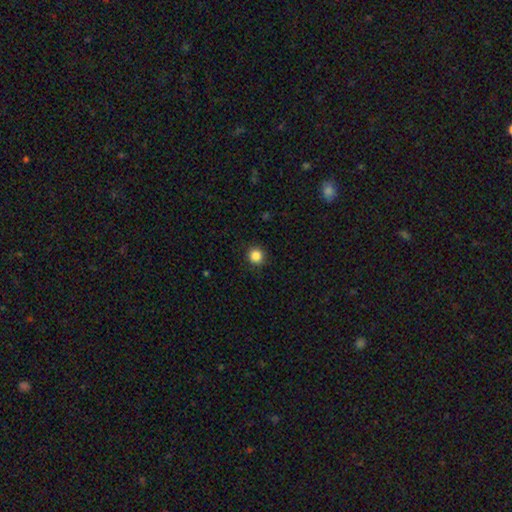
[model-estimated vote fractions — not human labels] This is clearly a smooth galaxy (86%). How rounded: clearly round (93%). Merging: clearly none (91%).